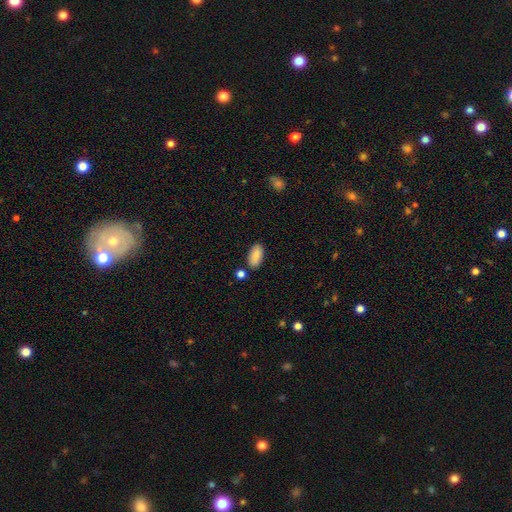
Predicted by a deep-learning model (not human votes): This is clearly a smooth galaxy (88%). How rounded: clearly in between (92%). Merging: clearly none (82%).